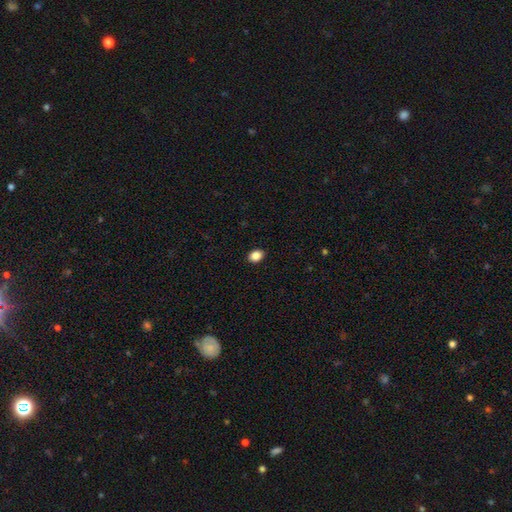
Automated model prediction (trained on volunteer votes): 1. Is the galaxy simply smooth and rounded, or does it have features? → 87% smooth, 9% star or artifact, 4% featured or disk.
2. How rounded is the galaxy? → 68% in between, 31% round, 1% cigar-shaped.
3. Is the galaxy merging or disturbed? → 90% none, 7% minor disturbance, 2% major disturbance, 1% merger.